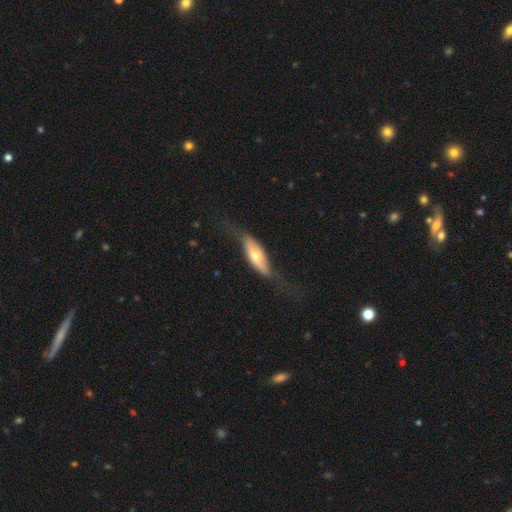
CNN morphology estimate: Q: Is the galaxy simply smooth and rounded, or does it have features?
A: featured or disk — 50%.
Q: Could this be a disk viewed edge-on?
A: yes — 55%.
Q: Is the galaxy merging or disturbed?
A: none — 54%.